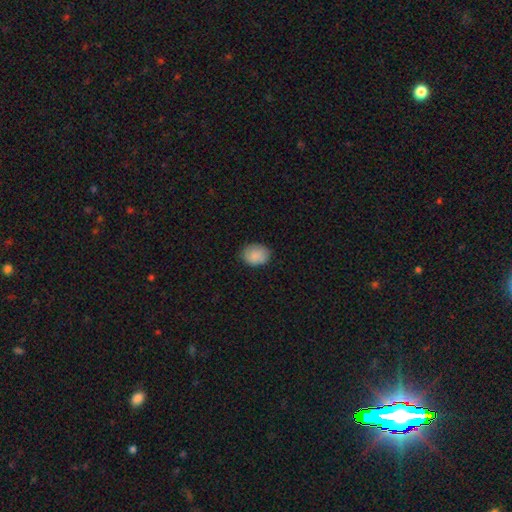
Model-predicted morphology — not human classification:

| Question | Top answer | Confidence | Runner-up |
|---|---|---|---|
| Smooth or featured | smooth | 86% | star or artifact (7%) |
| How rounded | in between | 56% | round (43%) |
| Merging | none | 80% | minor disturbance (16%) |